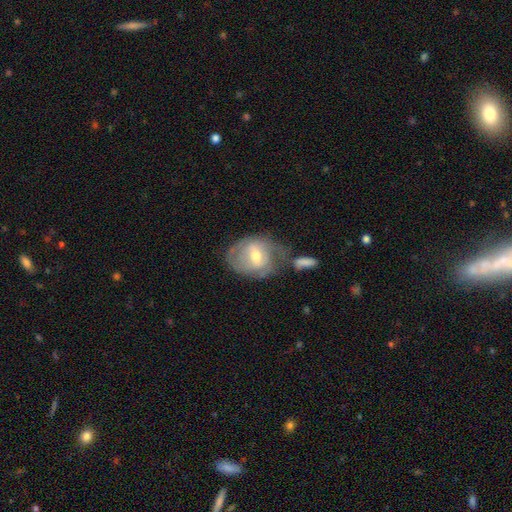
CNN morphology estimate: A featured or disk galaxy (68%) with a weak bar (54%), spiral arms (76%) and a moderate central bulge (62%). Merging: none (45%).